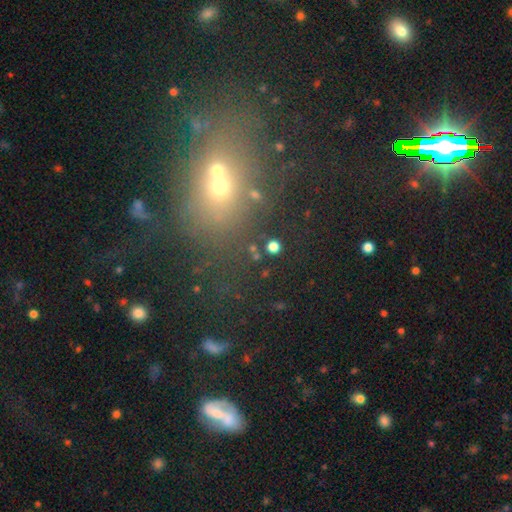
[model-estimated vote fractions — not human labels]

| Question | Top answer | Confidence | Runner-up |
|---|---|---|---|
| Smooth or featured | smooth | 49% | star or artifact (37%) |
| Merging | none | 62% | merger (19%) |